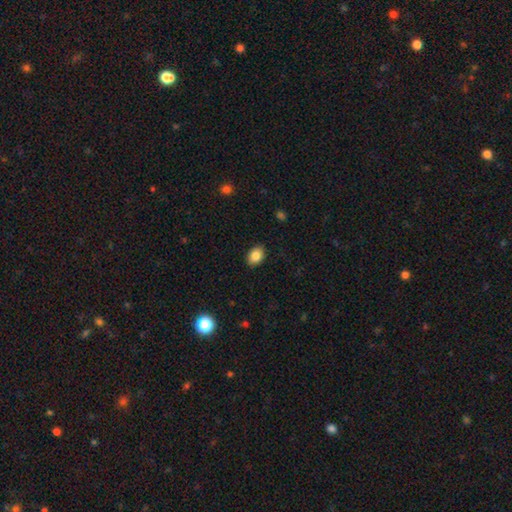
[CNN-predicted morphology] A smooth galaxy with no disk features (86%) that is in between round and cigar-shaped (76%). Merging: none (88%).